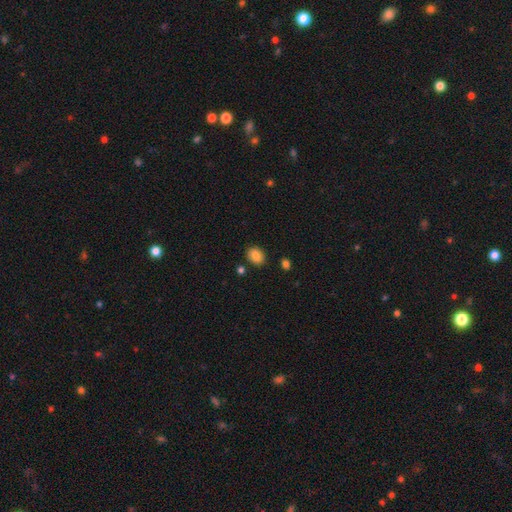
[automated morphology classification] A smooth galaxy with no disk features (86%) that is in between round and cigar-shaped (63%). Merging: none (85%).